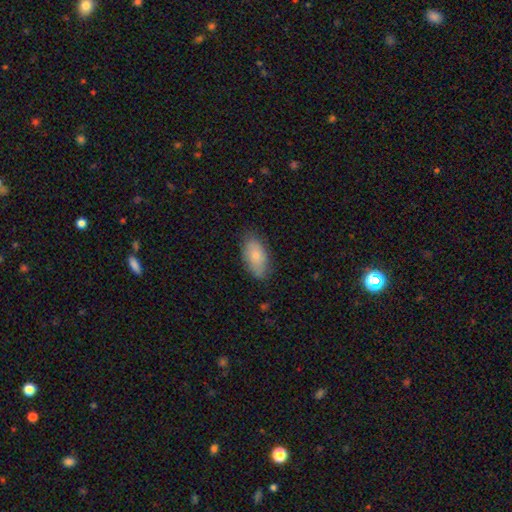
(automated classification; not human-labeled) smooth 76%, featured or disk 17%, star or artifact 6%. Down the decision tree: how rounded — in between (92%); merging — none (77%).